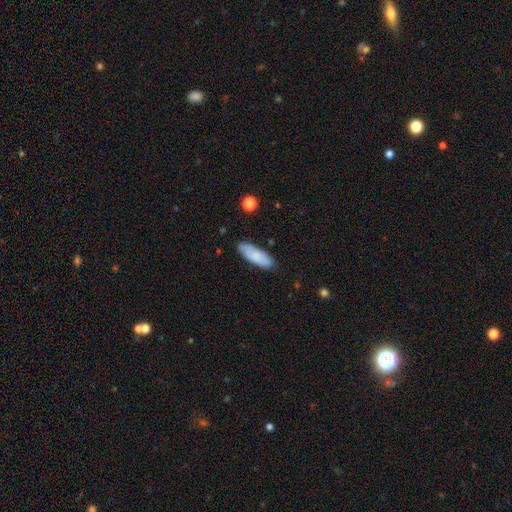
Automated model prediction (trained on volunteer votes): This is clearly a smooth galaxy (82%). How rounded: likely in between (62%). Merging: clearly none (84%).